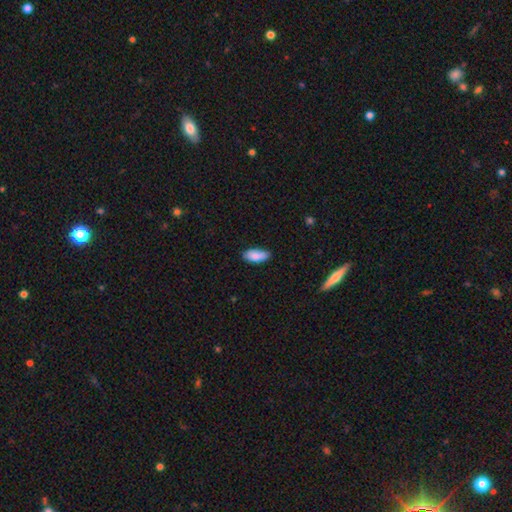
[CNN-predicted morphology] smooth_or_featured: smooth (p=0.86) [alt: featured or disk p=0.07]
how_rounded: in between (p=0.85) [alt: cigar-shaped p=0.13]
merging: none (p=0.74) [alt: minor disturbance p=0.22]